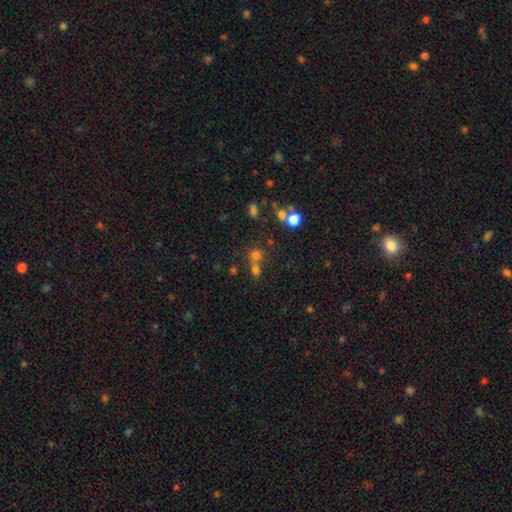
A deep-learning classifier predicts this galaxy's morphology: This appears to be a smooth galaxy with no disk features (68%) that is round (78%). Merging: none (49%).